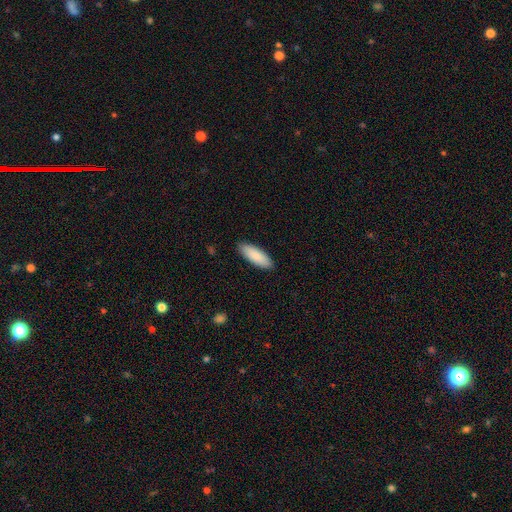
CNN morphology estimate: Q: Smooth or featured?
A: smooth (89%); runner-up: featured or disk (6%)
Q: How rounded?
A: in between (66%); runner-up: cigar-shaped (33%)
Q: Merging?
A: none (89%); runner-up: minor disturbance (8%)